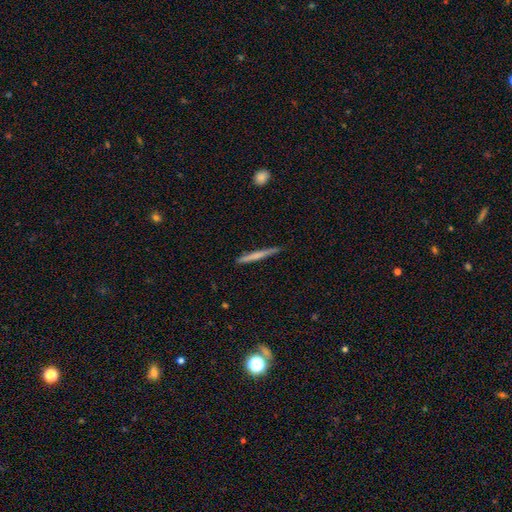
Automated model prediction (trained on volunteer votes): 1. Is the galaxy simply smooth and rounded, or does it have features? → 62% smooth, 32% featured or disk, 6% star or artifact.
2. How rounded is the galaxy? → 96% cigar-shaped, 3% in between, 1% round.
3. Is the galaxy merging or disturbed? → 83% none, 14% minor disturbance, 2% major disturbance, 1% merger.